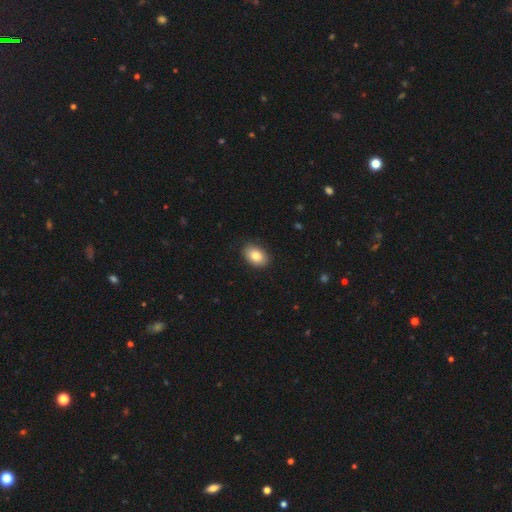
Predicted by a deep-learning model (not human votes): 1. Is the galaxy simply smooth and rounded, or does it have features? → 85% smooth, 8% featured or disk, 7% star or artifact.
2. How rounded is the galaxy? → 85% in between, 14% round, 1% cigar-shaped.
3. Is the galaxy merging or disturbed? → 88% none, 9% minor disturbance, 2% major disturbance, 1% merger.